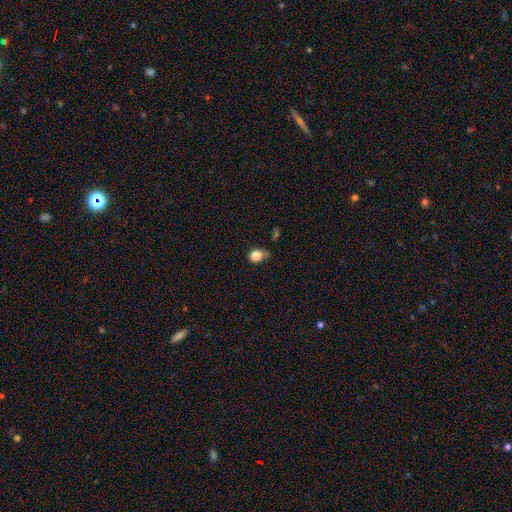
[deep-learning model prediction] Smooth or featured?
  - smooth: 84% *
  - star or artifact: 11%
  - featured or disk: 5%
How rounded?
  - round: 59% *
  - in between: 39%
  - cigar-shaped: 1%
Merging?
  - none: 55% *
  - minor disturbance: 32%
  - major disturbance: 9%
  - merger: 4%